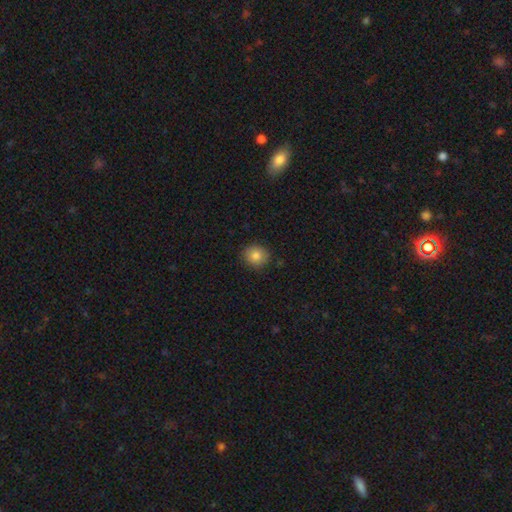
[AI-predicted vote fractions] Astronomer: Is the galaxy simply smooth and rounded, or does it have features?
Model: smooth — 83%.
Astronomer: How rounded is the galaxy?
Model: round — 83%.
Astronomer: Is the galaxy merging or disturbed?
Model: none — 88%.